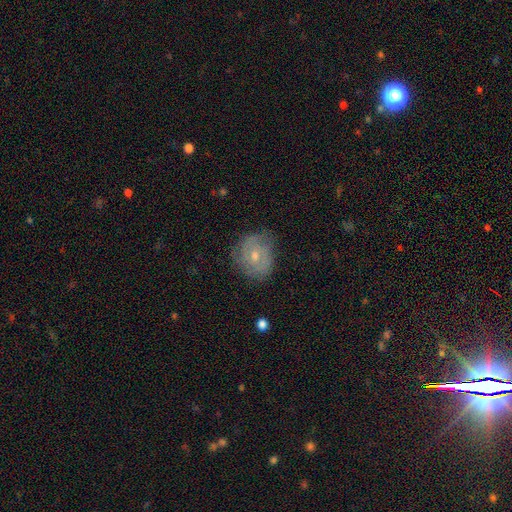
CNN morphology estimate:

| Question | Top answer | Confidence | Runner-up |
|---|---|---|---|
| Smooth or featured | featured or disk | 58% | smooth (33%) |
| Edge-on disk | no | 96% | yes (4%) |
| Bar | no | 69% | weak (26%) |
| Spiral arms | yes | 77% | no (23%) |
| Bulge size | moderate | 52% | small (44%) |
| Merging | none | 68% | minor disturbance (23%) |